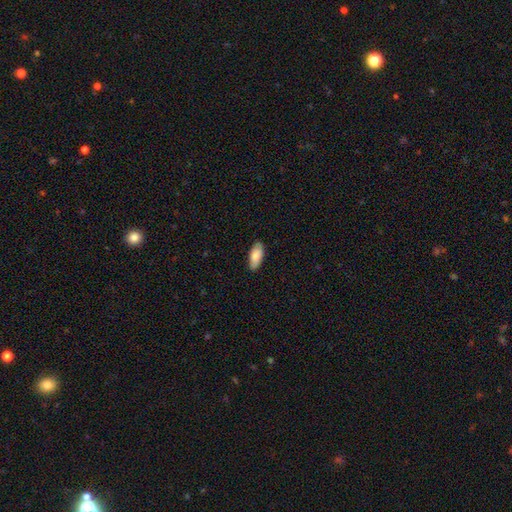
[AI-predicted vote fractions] Q: Smooth or featured?
A: smooth (81%); runner-up: featured or disk (13%)
Q: How rounded?
A: in between (86%); runner-up: cigar-shaped (12%)
Q: Merging?
A: none (81%); runner-up: minor disturbance (15%)